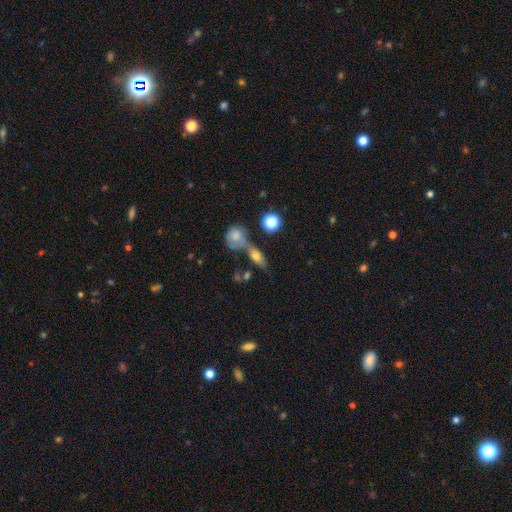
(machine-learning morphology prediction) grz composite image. It shows a smooth galaxy with no disk features (65%) that is in between round and cigar-shaped (64%). Merging: none (48%).